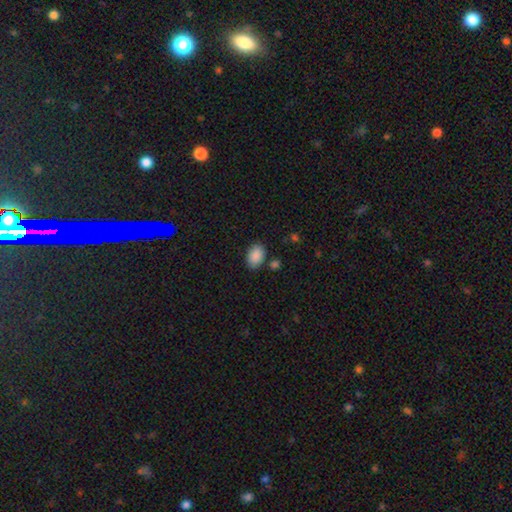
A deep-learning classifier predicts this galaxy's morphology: smooth_or_featured: smooth (p=0.89) [alt: star or artifact p=0.07]
how_rounded: in between (p=0.88) [alt: round p=0.10]
merging: none (p=0.80) [alt: minor disturbance p=0.12]